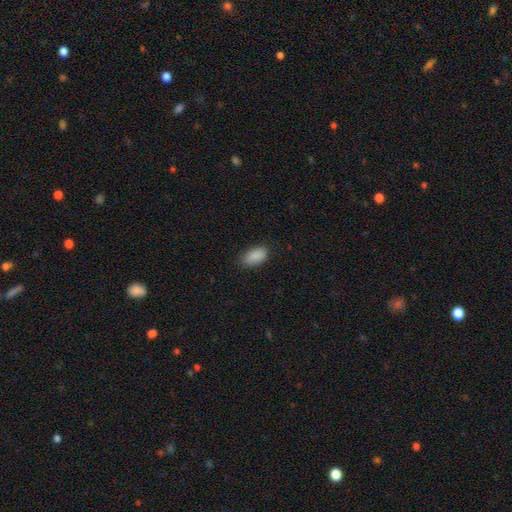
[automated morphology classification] Smooth or featured: smooth — 89% (star or artifact — 7%)
How rounded: in between — 93% (round — 5%)
Merging: none — 77% (minor disturbance — 18%)